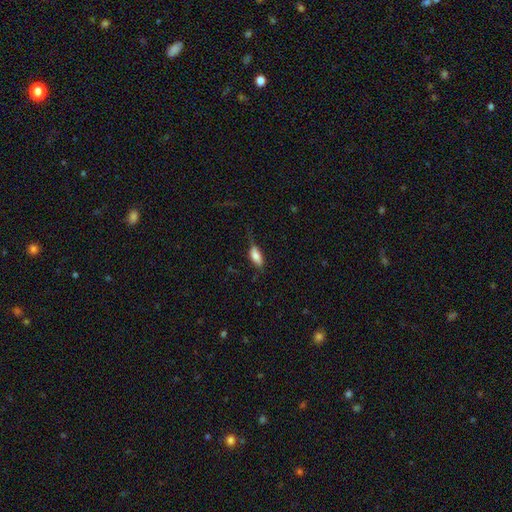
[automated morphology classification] Q: Smooth or featured?
A: smooth (75%); runner-up: featured or disk (17%)
Q: How rounded?
A: in between (81%); runner-up: cigar-shaped (16%)
Q: Merging?
A: none (49%); runner-up: minor disturbance (32%)